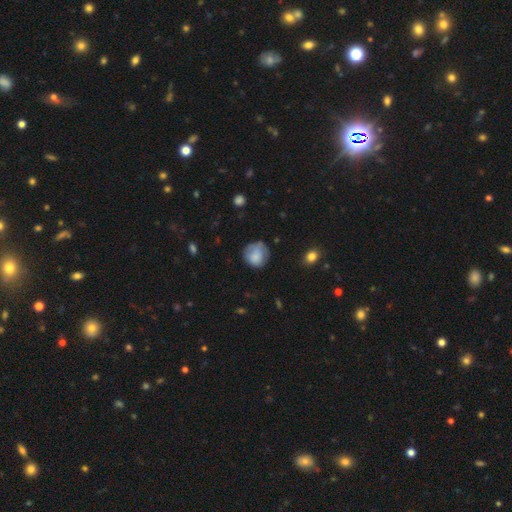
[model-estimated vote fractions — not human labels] Q: Smooth or featured?
A: smooth (78%); runner-up: featured or disk (14%)
Q: How rounded?
A: round (85%); runner-up: in between (14%)
Q: Merging?
A: none (63%); runner-up: minor disturbance (25%)